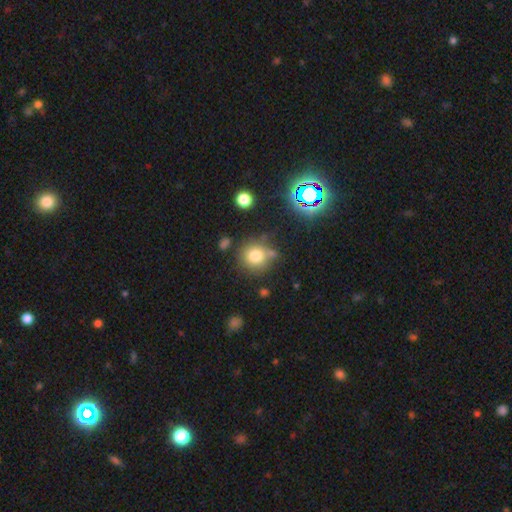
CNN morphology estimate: A smooth galaxy with no disk features (76%) that is round (88%). Merging: none (68%).